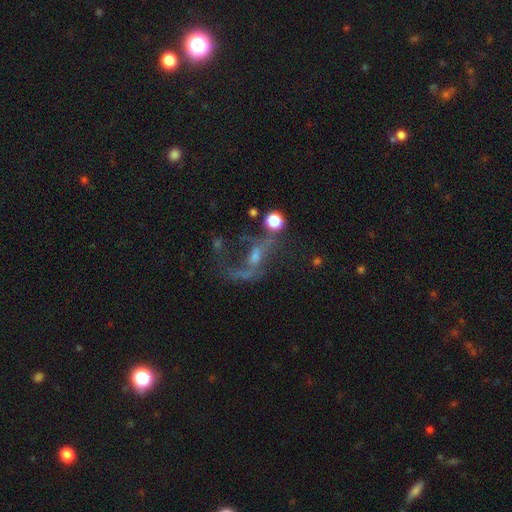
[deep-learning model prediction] Smooth or featured?
  - featured or disk: 63% *
  - star or artifact: 21%
  - smooth: 17%
Edge-on disk?
  - no: 92% *
  - yes: 8%
Bar?
  - no: 53% *
  - weak: 31%
  - strong: 17%
Spiral arms?
  - yes: 59% *
  - no: 41%
Bulge size?
  - small: 46% *
  - moderate: 32%
  - none: 16%
  - large: 4%
  - dominant: 2%
Merging?
  - major disturbance: 38% *
  - none: 35%
  - minor disturbance: 14%
  - merger: 13%